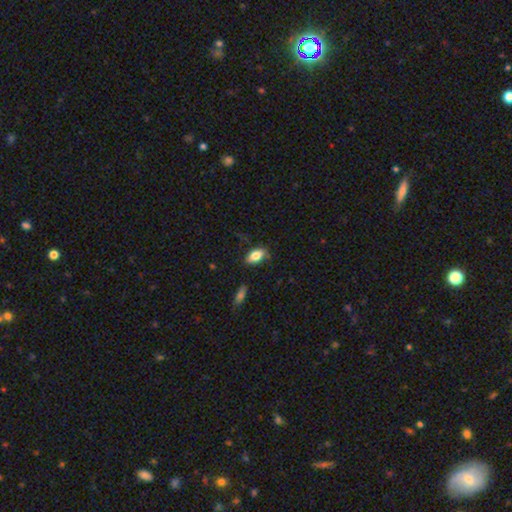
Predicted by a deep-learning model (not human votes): The model was most divided on "merging": none: 77%, minor disturbance: 17%, major disturbance: 4%, merger: 2%. More confident: how rounded — in between (91%); smooth or featured — smooth (82%).